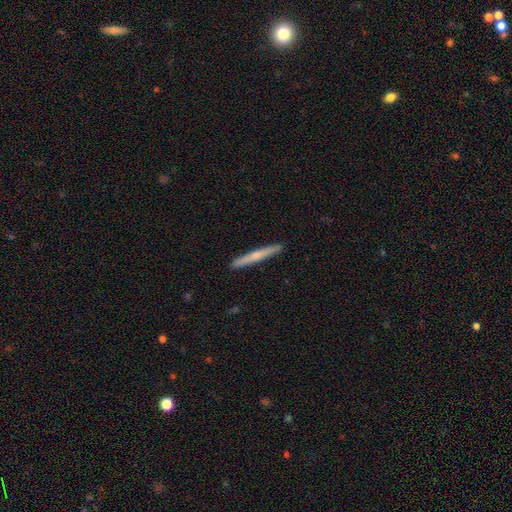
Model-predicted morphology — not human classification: smooth_or_featured: smooth (p=0.47) [tied with: featured or disk p=0.47]
merging: none (p=0.93) [alt: minor disturbance p=0.05]